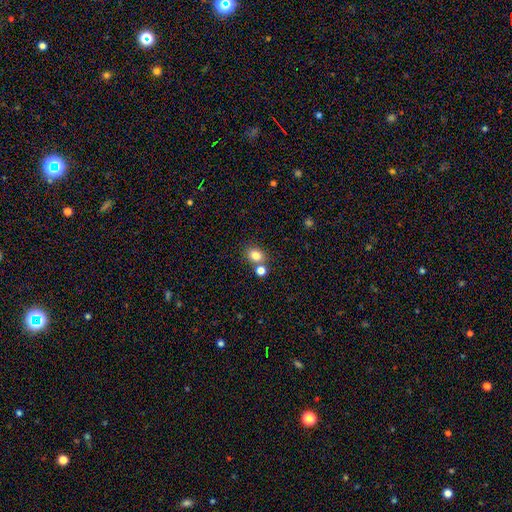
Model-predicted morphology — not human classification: A smooth galaxy with no disk features (81%) that is round (61%). Merging: none (65%).